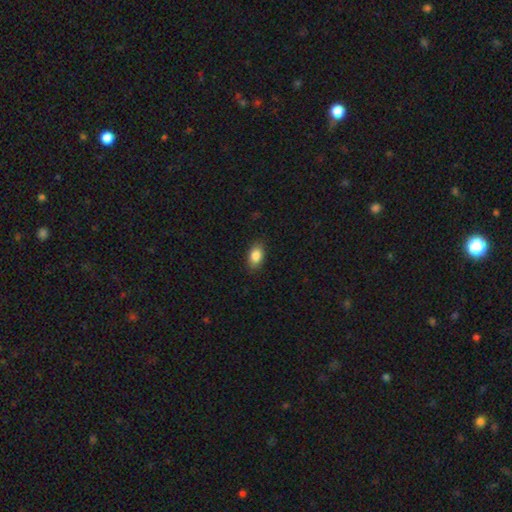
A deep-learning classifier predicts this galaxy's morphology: Overall: smooth (86%). How rounded: in between (88%). Merging: none (86%).